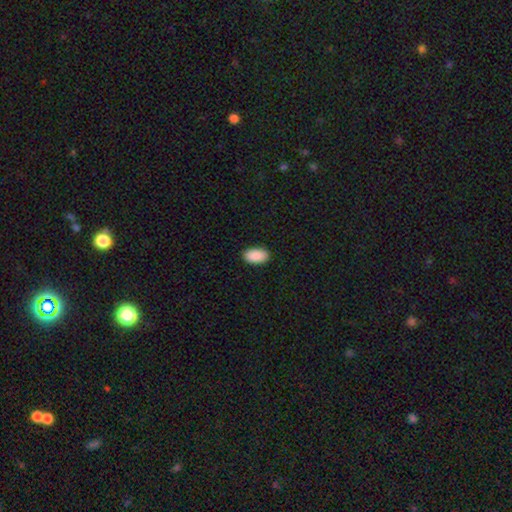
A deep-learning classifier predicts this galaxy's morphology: smooth_or_featured: smooth (p=0.91) [alt: star or artifact p=0.06]
how_rounded: in between (p=0.95) [alt: round p=0.03]
merging: none (p=0.91) [alt: minor disturbance p=0.07]